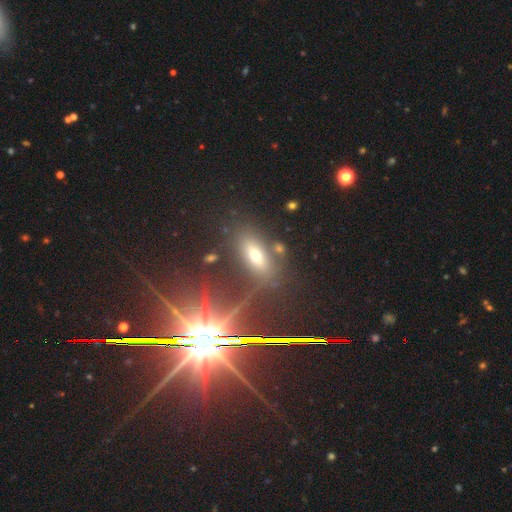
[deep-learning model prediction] Q: Smooth or featured?
A: smooth (48%); runner-up: star or artifact (33%)
Q: Merging?
A: none (78%); runner-up: minor disturbance (11%)